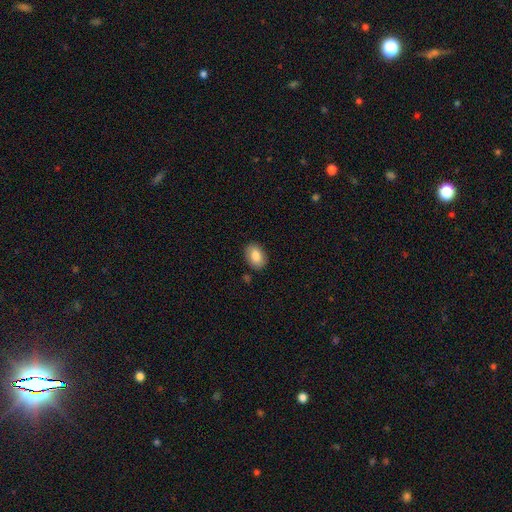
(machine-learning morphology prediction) smooth 84%, featured or disk 9%, star or artifact 7%. Down the decision tree: how rounded — in between (82%); merging — none (86%).